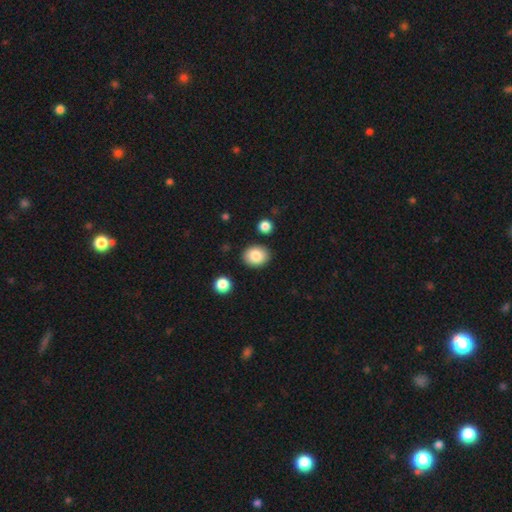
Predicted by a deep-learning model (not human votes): smooth 86%, star or artifact 8%, featured or disk 6%. Down the decision tree: how rounded — round (54%); merging — none (87%).